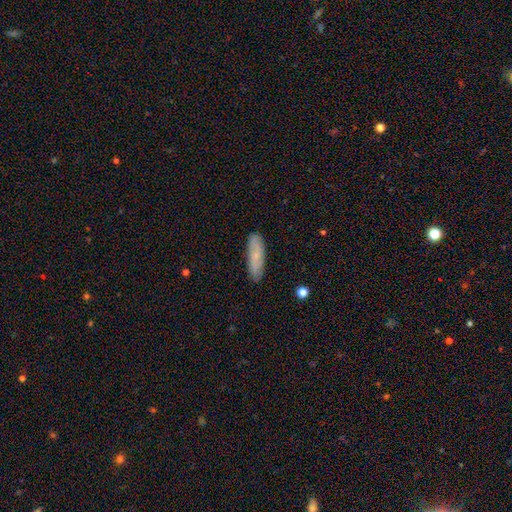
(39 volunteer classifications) Smooth or featured? 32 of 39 (82%) said smooth. How rounded? 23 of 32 (72%) said cigar-shaped. Merging? 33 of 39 (85%) said none.